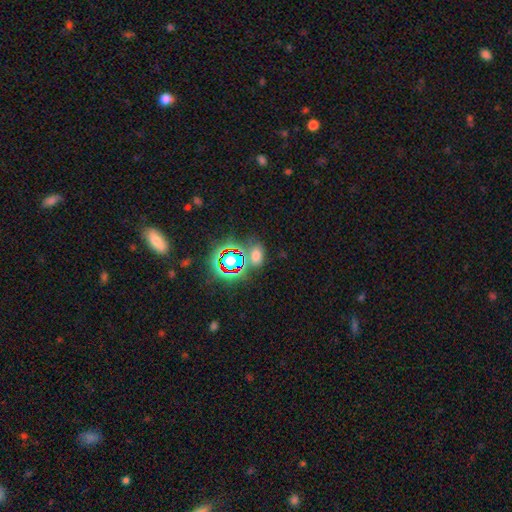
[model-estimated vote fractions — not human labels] smooth-or-featured: smooth: 53% | star or artifact: 38% | featured or disk: 9%
  how-rounded: in between: 77% | round: 21% | cigar-shaped: 2%
  merging: none: 67% | minor disturbance: 15% | merger: 12% | major disturbance: 6%